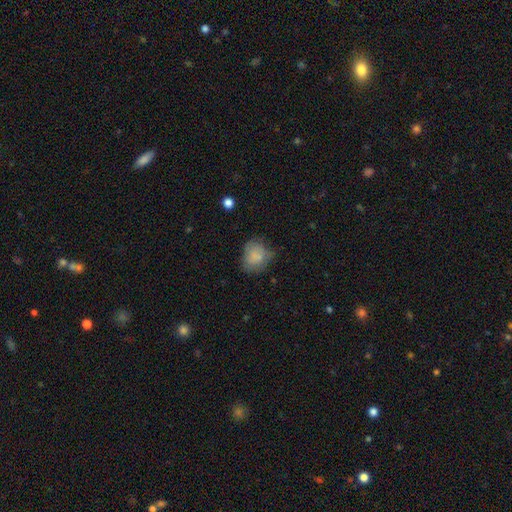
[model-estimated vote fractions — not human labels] The model was most divided on "merging": none: 52%, minor disturbance: 31%, major disturbance: 13%, merger: 4%. More confident: smooth or featured — smooth (74%); how rounded — round (65%).